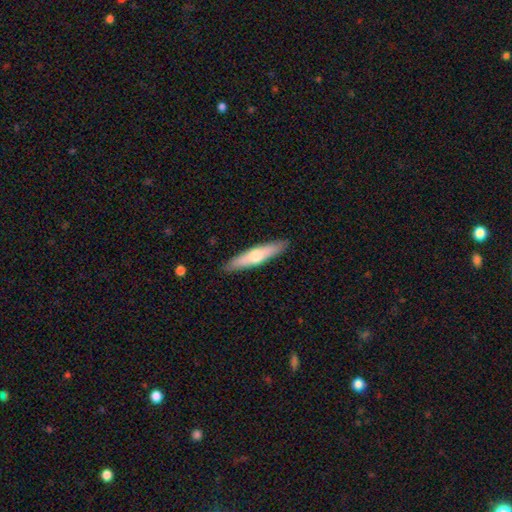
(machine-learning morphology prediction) This is possibly a smooth galaxy (54%). How rounded: clearly cigar-shaped (83%). Merging: clearly none (89%).